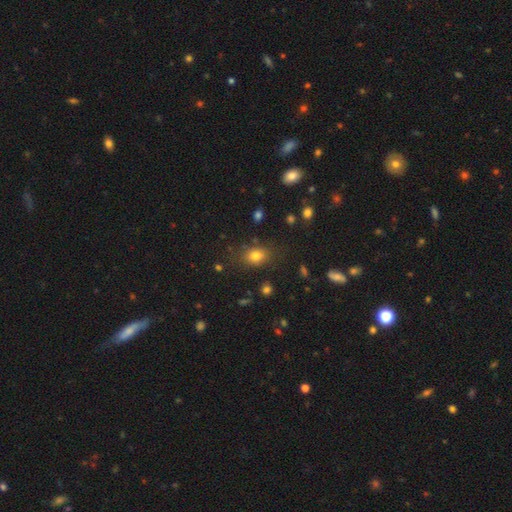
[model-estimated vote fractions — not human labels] A smooth galaxy with no disk features (77%) that is in between round and cigar-shaped (65%).

Vote fractions:
- Smooth or featured? smooth: 77% / star or artifact: 15% / featured or disk: 8%
- How rounded? in between: 65% / round: 34% / cigar-shaped: 2%
- Merging? none: 77% / minor disturbance: 14% / major disturbance: 5% / merger: 3%